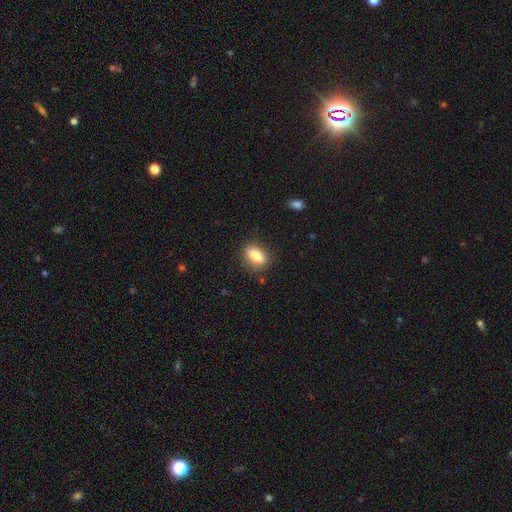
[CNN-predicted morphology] The model was most divided on "how rounded": in between: 82%, round: 13%, cigar-shaped: 5%. More confident: merging — none (85%); smooth or featured — smooth (84%).